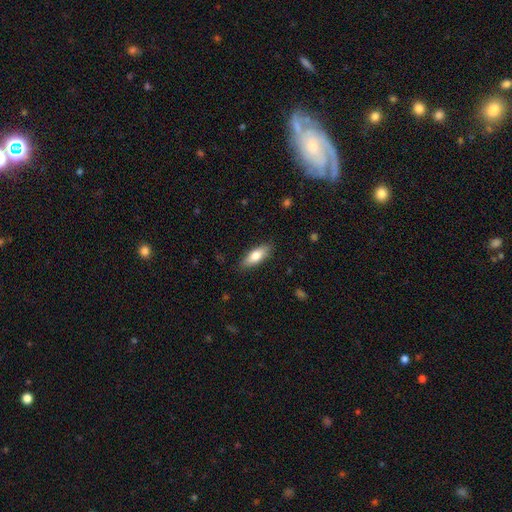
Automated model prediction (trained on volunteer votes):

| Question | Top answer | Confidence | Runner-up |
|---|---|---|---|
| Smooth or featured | smooth | 75% | featured or disk (19%) |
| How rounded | in between | 65% | cigar-shaped (33%) |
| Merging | none | 86% | minor disturbance (11%) |